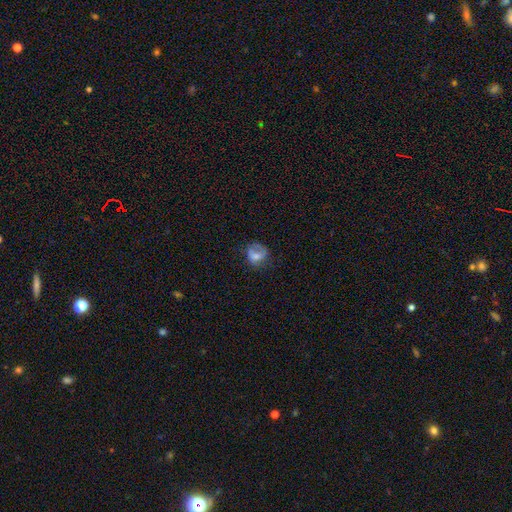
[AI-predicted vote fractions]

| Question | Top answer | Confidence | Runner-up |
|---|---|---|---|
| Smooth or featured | smooth | 64% | featured or disk (26%) |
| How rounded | round | 65% | in between (34%) |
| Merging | none | 43% | major disturbance (27%) |